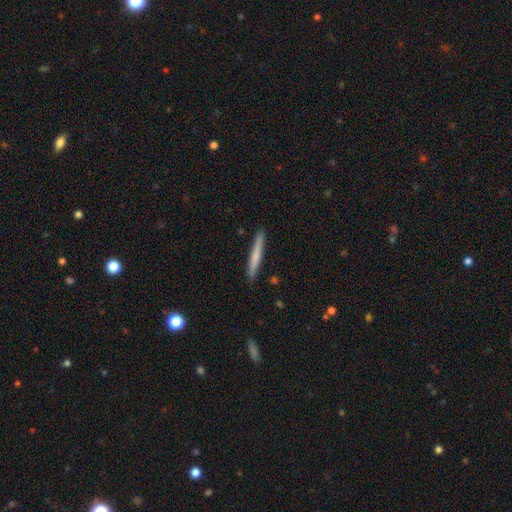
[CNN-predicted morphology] Smooth or featured? Predicted: smooth (p=0.61). How rounded? Predicted: cigar-shaped (p=0.96). Merging? Predicted: none (p=0.91).